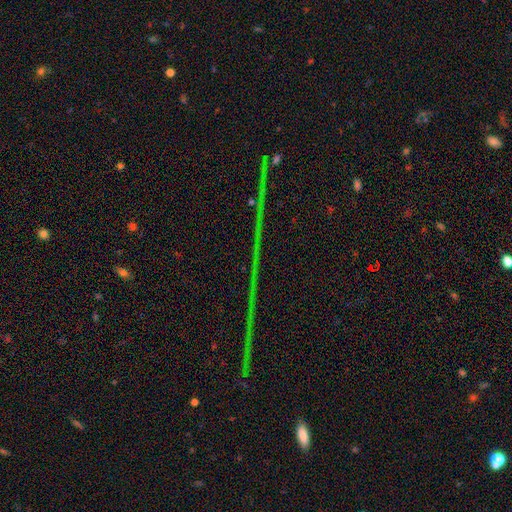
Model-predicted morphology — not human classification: smooth-or-featured: star or artifact: 83% | featured or disk: 10% | smooth: 7%